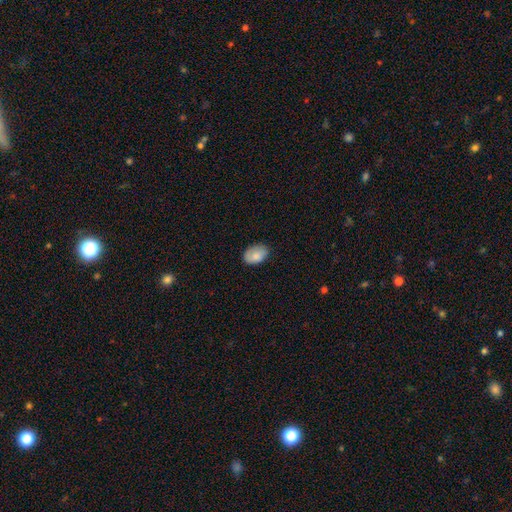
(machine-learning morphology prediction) A smooth galaxy with no disk features (81%) that is in between round and cigar-shaped (87%). Merging: none (75%).